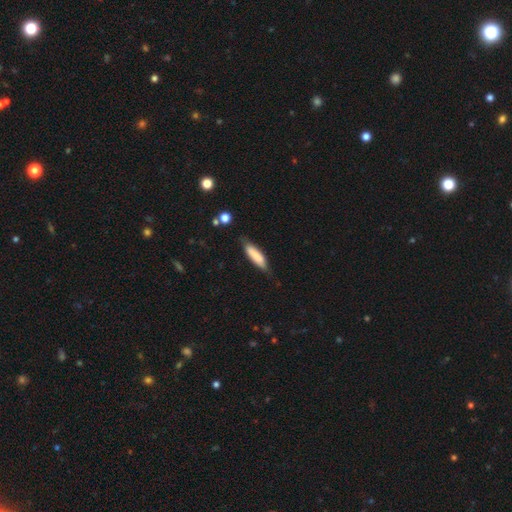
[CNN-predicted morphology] Smooth or featured? smooth (77%)
How rounded? cigar-shaped (64%)
Merging? none (69%)